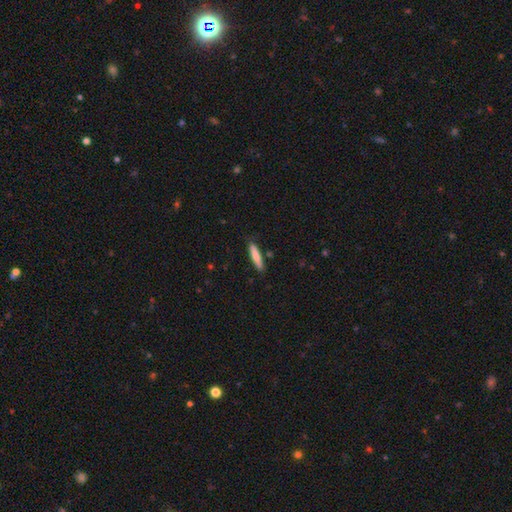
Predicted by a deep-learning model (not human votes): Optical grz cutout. It shows a smooth galaxy with no disk features (79%) that is cigar-shaped (88%). Merging: none (85%).